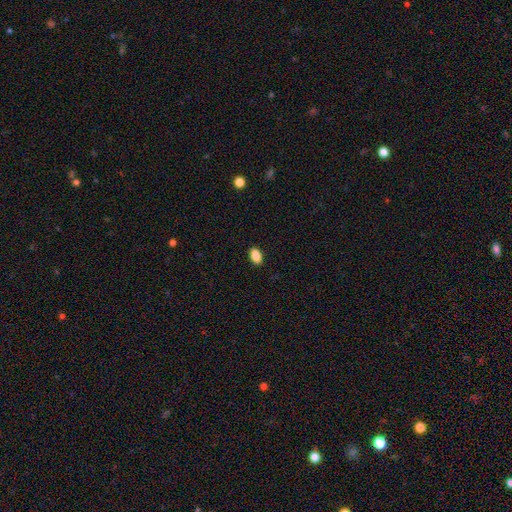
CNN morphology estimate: Smooth or featured? Predicted: smooth (p=0.88). How rounded? Predicted: in between (p=0.91). Merging? Predicted: none (p=0.90).